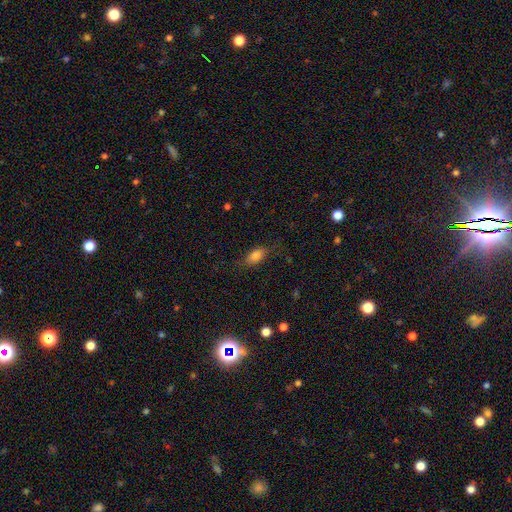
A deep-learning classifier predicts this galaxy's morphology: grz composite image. It shows a smooth galaxy with no disk features (78%) that is in between round and cigar-shaped (85%). Merging: none (74%).